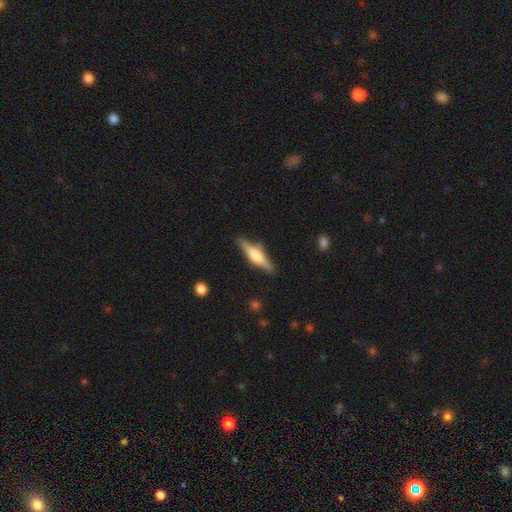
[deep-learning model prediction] Smooth or featured? featured or disk (59%)
Edge-on disk? yes (96%)
Edge-on bulge? rounded (84%)
Merging? none (87%)